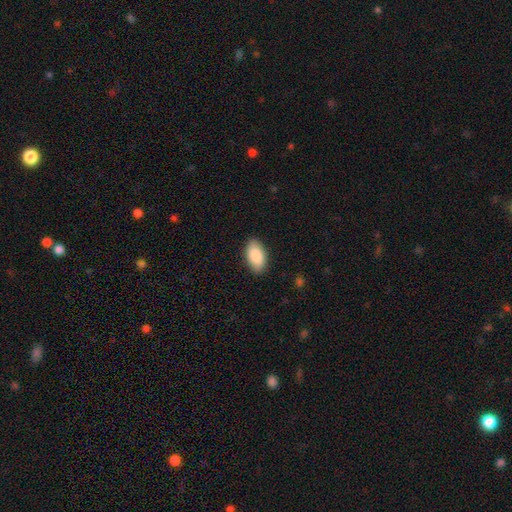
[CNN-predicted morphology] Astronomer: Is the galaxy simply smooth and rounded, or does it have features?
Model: smooth — 89%.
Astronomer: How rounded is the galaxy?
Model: in between — 95%.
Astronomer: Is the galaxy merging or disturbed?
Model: none — 88%.